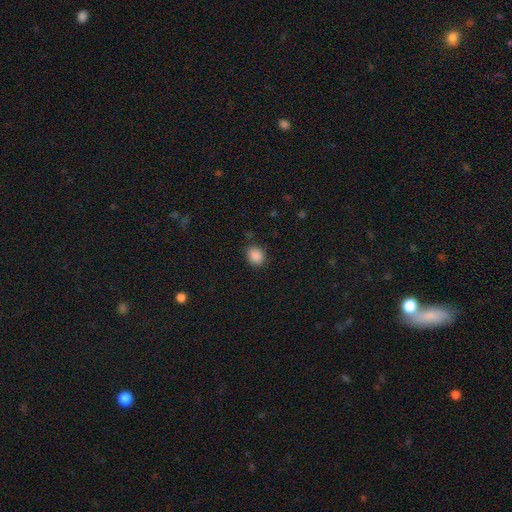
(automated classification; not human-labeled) smooth_or_featured: smooth (p=0.88) [alt: star or artifact p=0.09]
how_rounded: round (p=0.60) [alt: in between p=0.39]
merging: none (p=0.86) [alt: minor disturbance p=0.10]